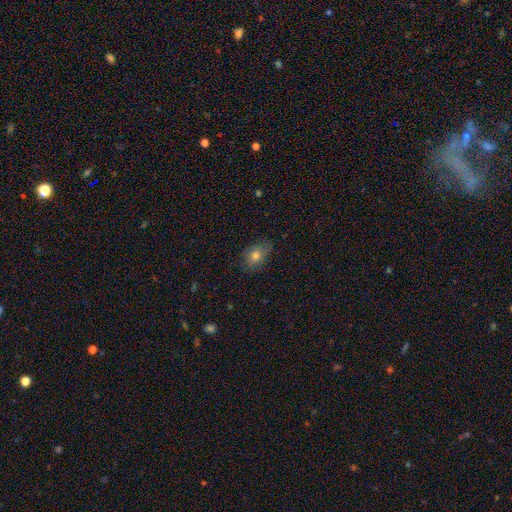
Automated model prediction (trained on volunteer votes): A smooth galaxy with no disk features (75%) that is in between round and cigar-shaped (78%).

Vote fractions:
- Smooth or featured? smooth: 75% / featured or disk: 14% / star or artifact: 10%
- How rounded? in between: 78% / round: 20% / cigar-shaped: 2%
- Merging? none: 74% / minor disturbance: 21% / major disturbance: 4% / merger: 1%